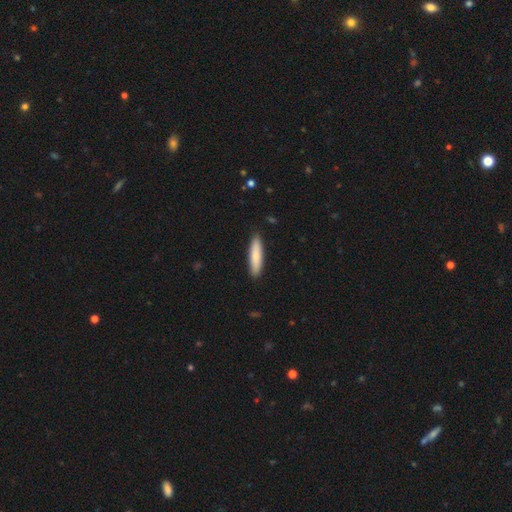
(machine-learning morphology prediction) This appears to be a smooth galaxy with no disk features (81%) that is cigar-shaped (76%). Merging: none (90%).